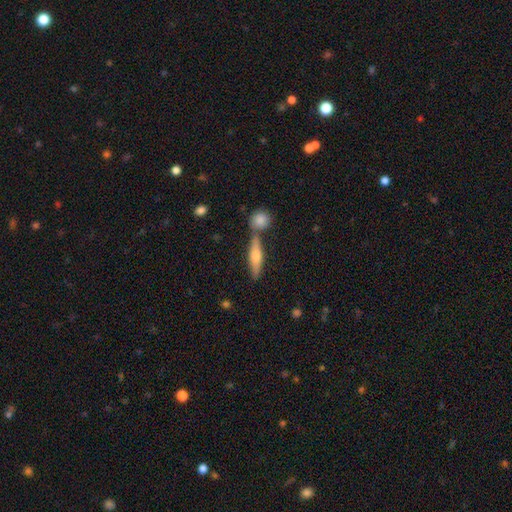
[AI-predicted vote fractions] Smooth or featured? featured or disk (54%)
Edge-on disk? yes (95%)
Edge-on bulge? rounded (85%)
Merging? none (72%)